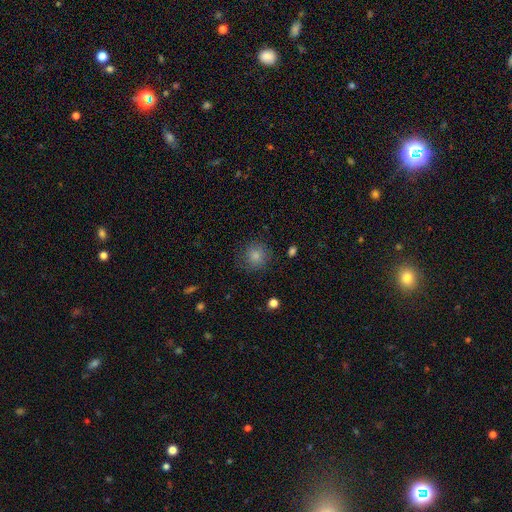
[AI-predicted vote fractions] This appears to be a smooth galaxy with no disk features (82%) that is round (90%). Merging: none (79%).